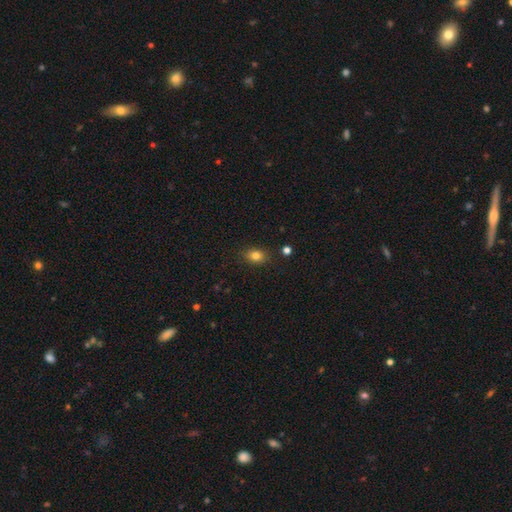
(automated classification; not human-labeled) Smooth or featured?
  - smooth: 82% *
  - star or artifact: 11%
  - featured or disk: 7%
How rounded?
  - in between: 63% *
  - round: 36%
  - cigar-shaped: 1%
Merging?
  - none: 85% *
  - minor disturbance: 11%
  - major disturbance: 3%
  - merger: 2%